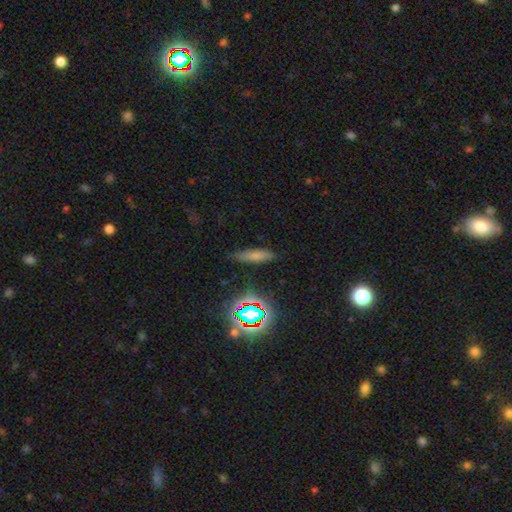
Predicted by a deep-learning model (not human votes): smooth 68%, star or artifact 18%, featured or disk 14%. Down the decision tree: how rounded — cigar-shaped (68%); merging — none (79%).